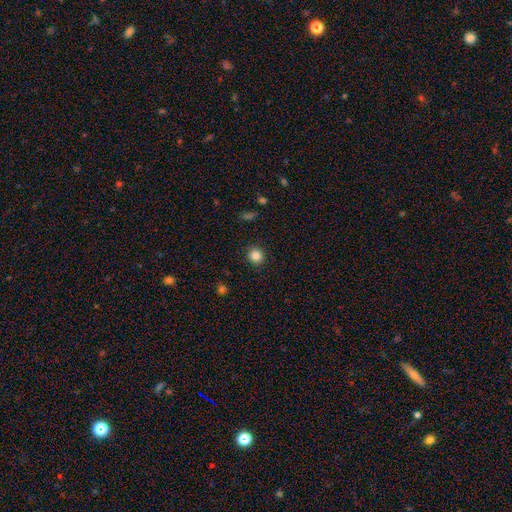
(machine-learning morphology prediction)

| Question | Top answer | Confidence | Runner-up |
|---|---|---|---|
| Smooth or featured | smooth | 84% | star or artifact (11%) |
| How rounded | round | 91% | in between (8%) |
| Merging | none | 91% | minor disturbance (6%) |